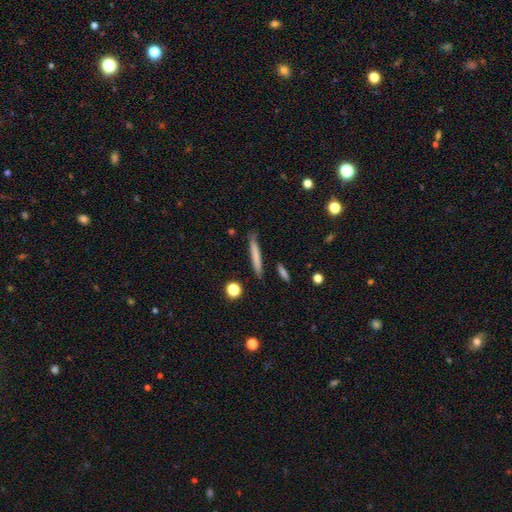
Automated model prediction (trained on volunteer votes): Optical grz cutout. It shows a smooth galaxy with no disk features (71%) that is cigar-shaped (95%). Merging: none (87%).